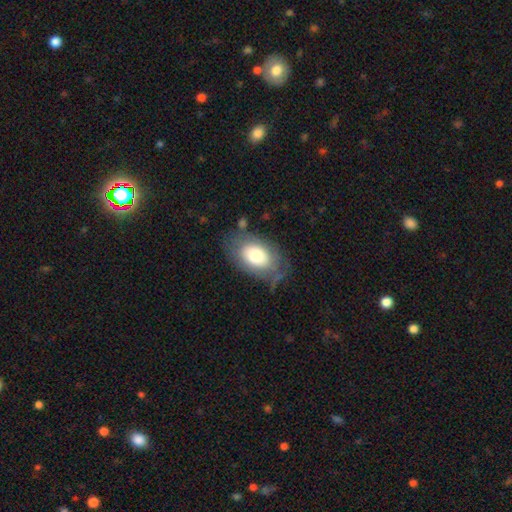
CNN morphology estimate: smooth 70%, featured or disk 23%, star or artifact 7%. Down the decision tree: how rounded — in between (89%); merging — none (62%).